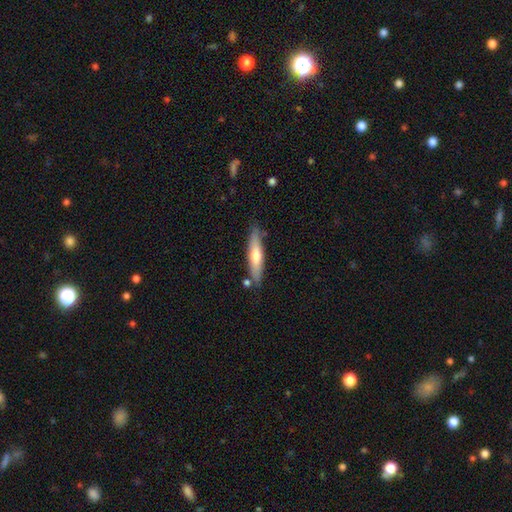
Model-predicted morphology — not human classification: smooth 59%, featured or disk 36%, star or artifact 5%. Down the decision tree: how rounded — cigar-shaped (81%); merging — none (79%).